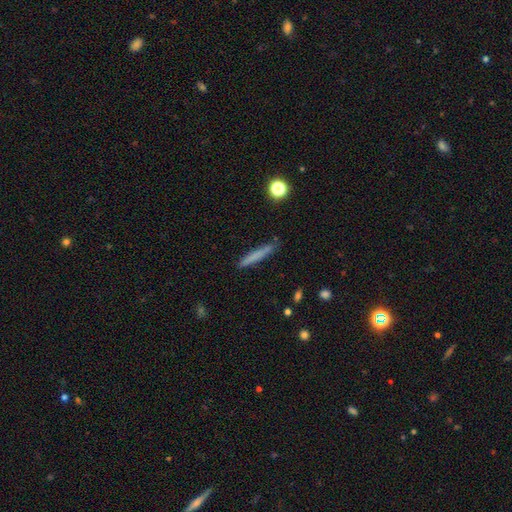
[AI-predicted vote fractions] This is likely a smooth galaxy (73%). How rounded: clearly cigar-shaped (95%). Merging: clearly none (85%).